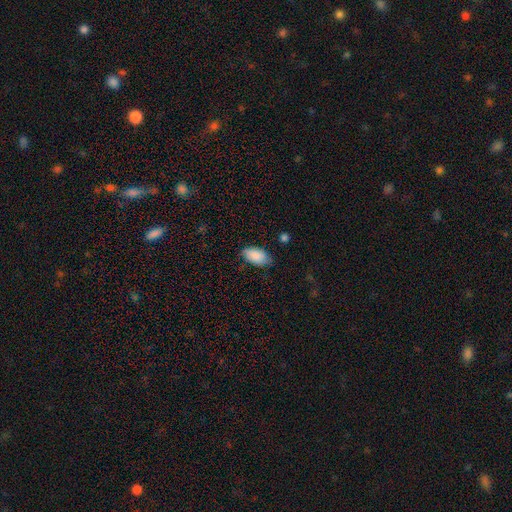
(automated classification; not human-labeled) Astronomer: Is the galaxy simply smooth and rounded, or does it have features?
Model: smooth — 88%.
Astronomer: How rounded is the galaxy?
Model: in between — 94%.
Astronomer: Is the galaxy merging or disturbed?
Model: none — 73%.